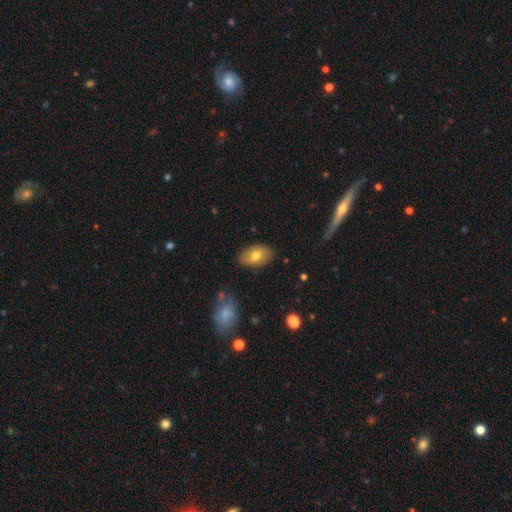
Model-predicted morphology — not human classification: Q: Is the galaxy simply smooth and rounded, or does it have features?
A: smooth — 71%.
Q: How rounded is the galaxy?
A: in between — 91%.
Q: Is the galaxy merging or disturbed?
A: none — 83%.